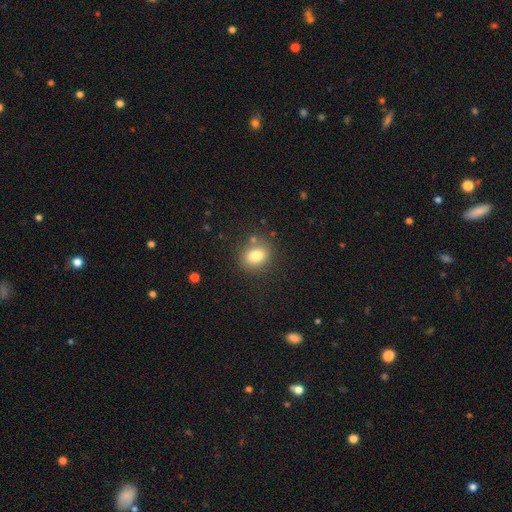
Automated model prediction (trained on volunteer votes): smooth_or_featured: smooth (p=0.80) [alt: star or artifact p=0.11]
how_rounded: in between (p=0.51) [alt: round p=0.48]
merging: none (p=0.78) [alt: minor disturbance p=0.12]